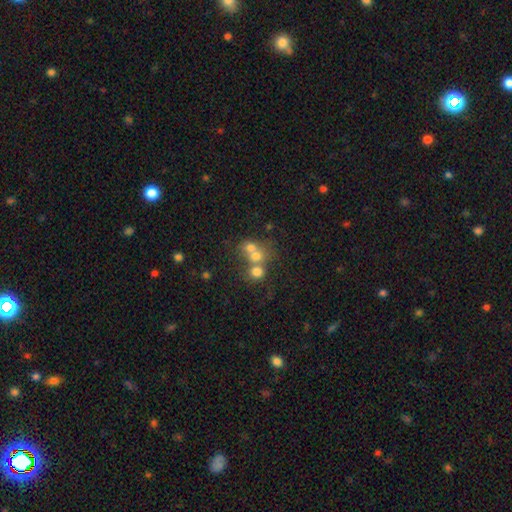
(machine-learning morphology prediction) Smooth or featured? Predicted: smooth (p=0.65). How rounded? Predicted: round (p=0.77). Merging? Predicted: merger (p=0.60).